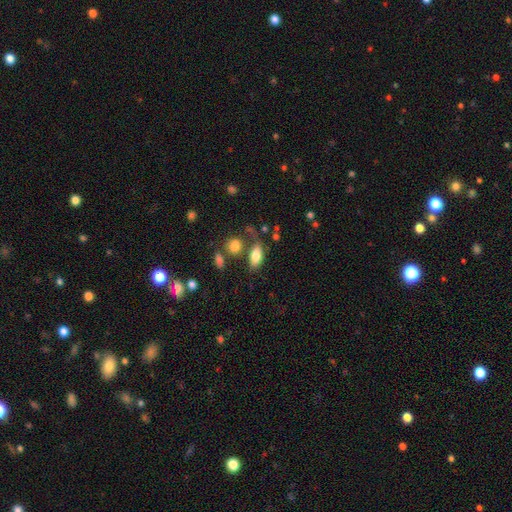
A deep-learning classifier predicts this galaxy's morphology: Q: Smooth or featured?
A: smooth (80%); runner-up: featured or disk (12%)
Q: How rounded?
A: in between (88%); runner-up: cigar-shaped (7%)
Q: Merging?
A: none (63%); runner-up: minor disturbance (16%)